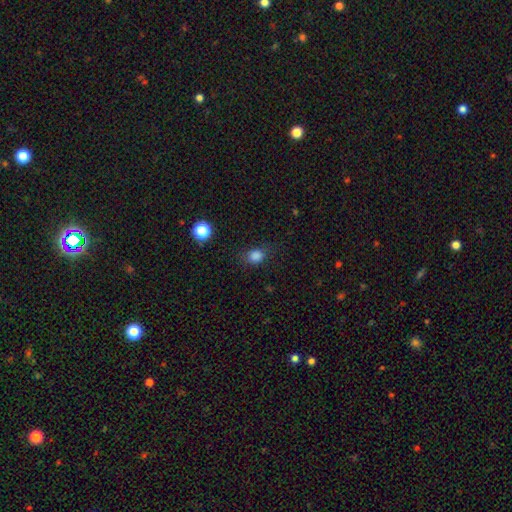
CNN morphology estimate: Smooth or featured? smooth (83%)
How rounded? round (56%)
Merging? none (74%)